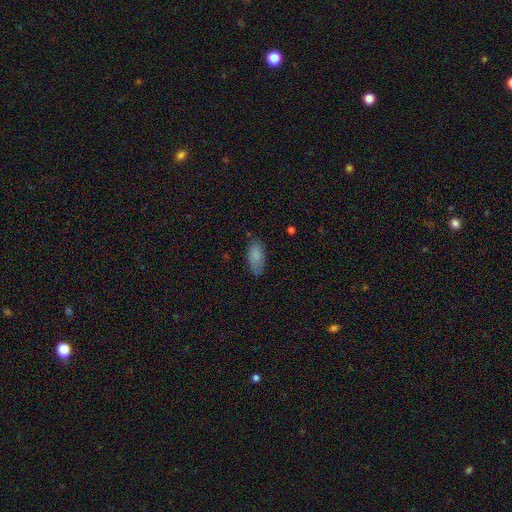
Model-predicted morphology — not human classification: Q: Smooth or featured?
A: smooth (85%); runner-up: star or artifact (7%)
Q: How rounded?
A: in between (90%); runner-up: cigar-shaped (8%)
Q: Merging?
A: none (75%); runner-up: minor disturbance (19%)